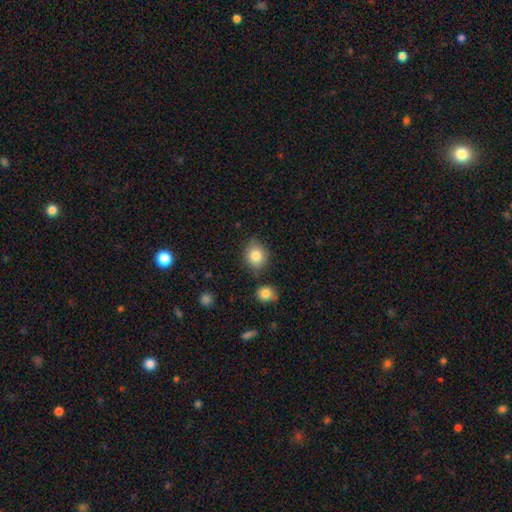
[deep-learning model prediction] Smooth or featured?
  - smooth: 84% *
  - star or artifact: 9%
  - featured or disk: 8%
How rounded?
  - round: 71% *
  - in between: 28%
  - cigar-shaped: 1%
Merging?
  - none: 79% *
  - minor disturbance: 12%
  - merger: 6%
  - major disturbance: 3%